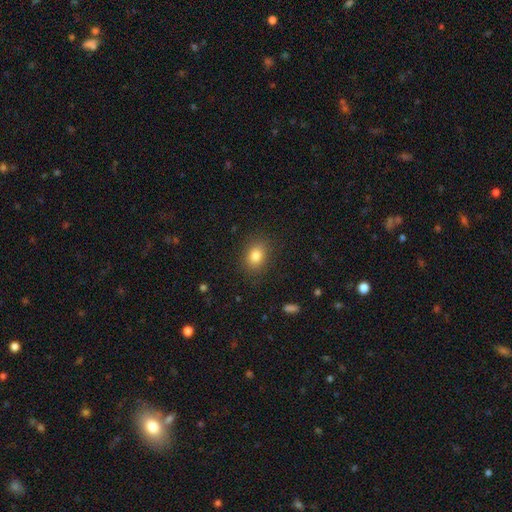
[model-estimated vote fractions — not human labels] This appears to be a smooth galaxy with no disk features (83%) that is in between round and cigar-shaped (66%). Merging: none (85%).